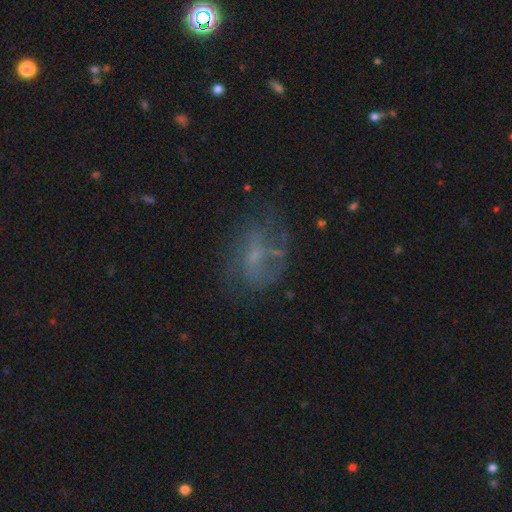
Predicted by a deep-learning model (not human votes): A featured or disk galaxy (52%).

Vote fractions:
- Smooth or featured? featured or disk: 52% / smooth: 32% / star or artifact: 16%
- Edge-on disk? no: 96% / yes: 4%
- Merging? none: 53% / major disturbance: 22% / minor disturbance: 22% / merger: 3%